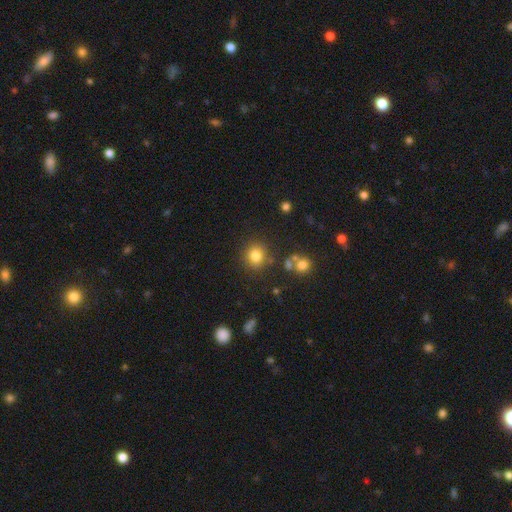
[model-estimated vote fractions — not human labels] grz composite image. It shows a smooth galaxy with no disk features (80%) that is round (87%). Merging: none (82%).